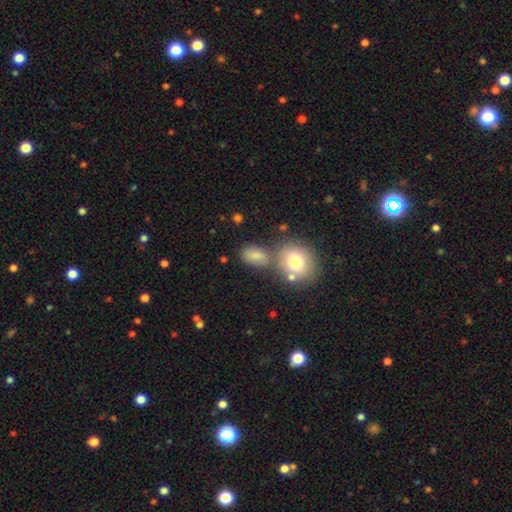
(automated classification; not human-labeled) smooth-or-featured: smooth: 78% | star or artifact: 11% | featured or disk: 11%
  how-rounded: in between: 80% | round: 17% | cigar-shaped: 3%
  merging: none: 56% | merger: 22% | minor disturbance: 16% | major disturbance: 6%